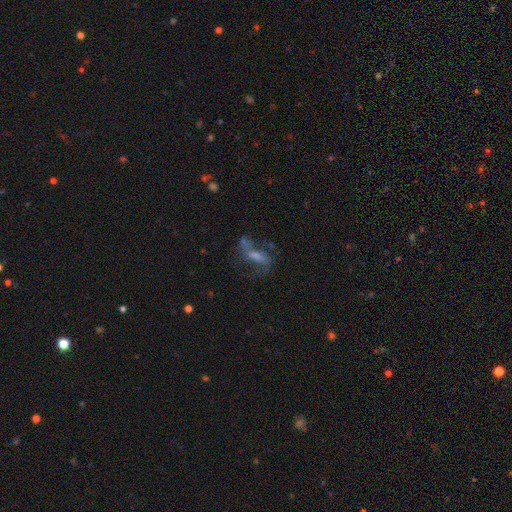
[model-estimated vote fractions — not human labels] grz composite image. It shows a featured or disk galaxy (59%) with no bar (38%), spiral arms (67%) and a small central bulge (36%). Merging: none (47%).